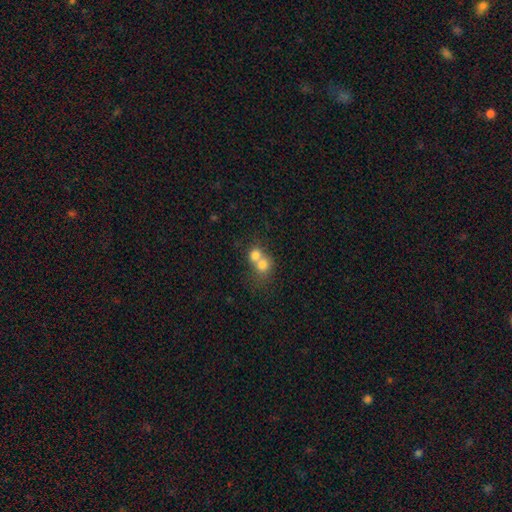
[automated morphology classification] Smooth or featured?
  - smooth: 74% *
  - featured or disk: 16%
  - star or artifact: 11%
How rounded?
  - round: 73% *
  - in between: 26%
  - cigar-shaped: 1%
Merging?
  - merger: 70% *
  - none: 23%
  - minor disturbance: 4%
  - major disturbance: 3%